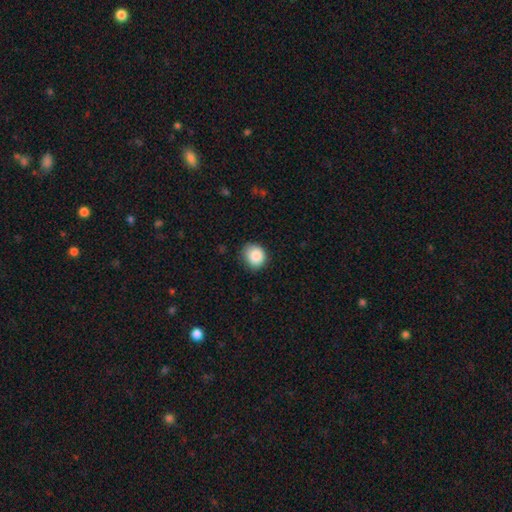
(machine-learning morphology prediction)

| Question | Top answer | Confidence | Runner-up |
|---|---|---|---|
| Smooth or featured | smooth | 87% | star or artifact (9%) |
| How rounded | round | 79% | in between (20%) |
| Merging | none | 78% | minor disturbance (18%) |